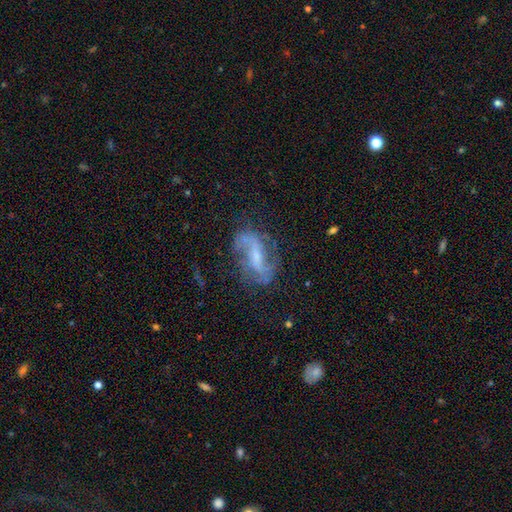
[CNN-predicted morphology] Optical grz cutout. It shows a featured or disk galaxy (80%) with a weak bar (45%), 2 (83%) loose (48%) spiral arms (90%) and a small central bulge (46%). Merging: none (64%).